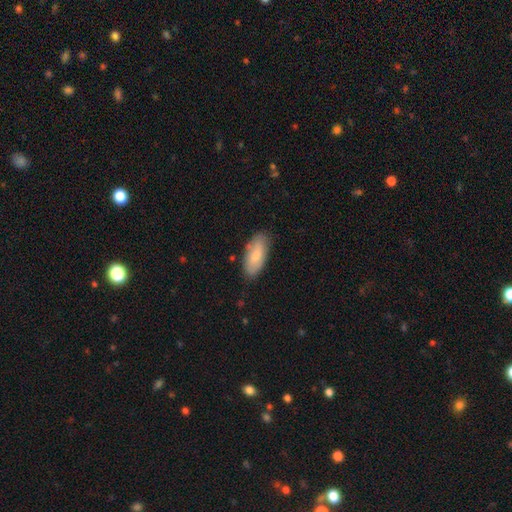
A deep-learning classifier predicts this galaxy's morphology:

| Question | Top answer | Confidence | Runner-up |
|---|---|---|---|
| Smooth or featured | smooth | 75% | featured or disk (20%) |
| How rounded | in between | 85% | cigar-shaped (13%) |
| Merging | none | 81% | minor disturbance (15%) |